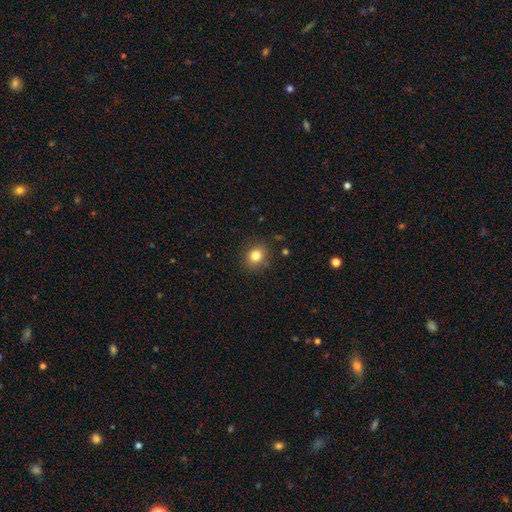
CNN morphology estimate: Smooth or featured? smooth (81%)
How rounded? round (79%)
Merging? none (87%)